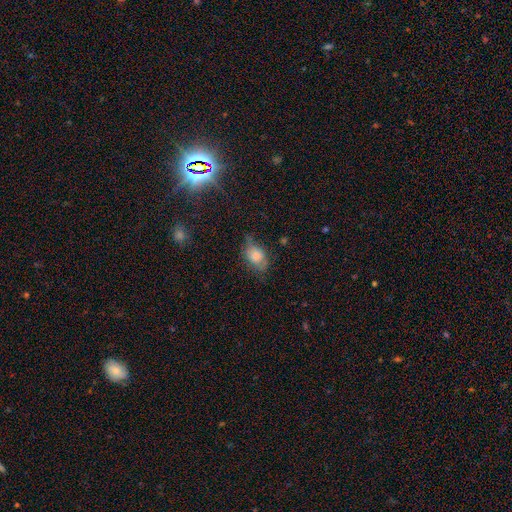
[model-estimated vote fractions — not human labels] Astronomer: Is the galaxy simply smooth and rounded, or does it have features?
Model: smooth — 71%.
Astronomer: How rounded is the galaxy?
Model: in between — 80%.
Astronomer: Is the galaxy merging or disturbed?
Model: none — 50% (runner-up: minor disturbance, 33%).